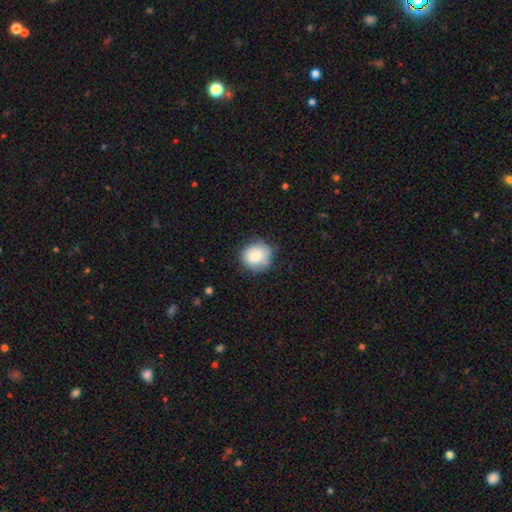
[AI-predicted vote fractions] This appears to be a smooth galaxy with no disk features (80%) that is round (86%). Merging: none (73%).